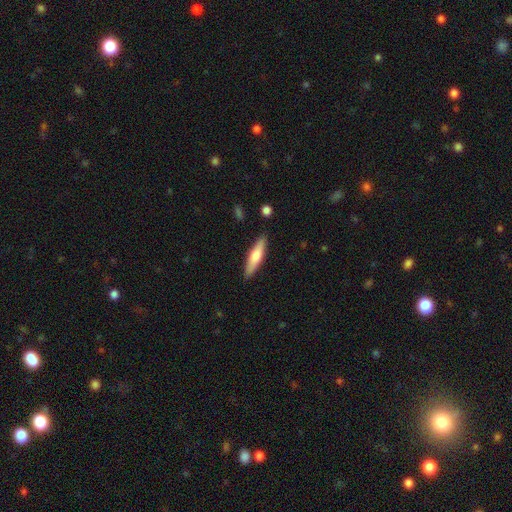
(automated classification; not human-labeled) A smooth galaxy with no disk features (59%) that is cigar-shaped (75%).

Vote fractions:
- Smooth or featured? smooth: 59% / featured or disk: 35% / star or artifact: 5%
- How rounded? cigar-shaped: 75% / in between: 23% / round: 2%
- Merging? none: 89% / minor disturbance: 8% / major disturbance: 2% / merger: 1%